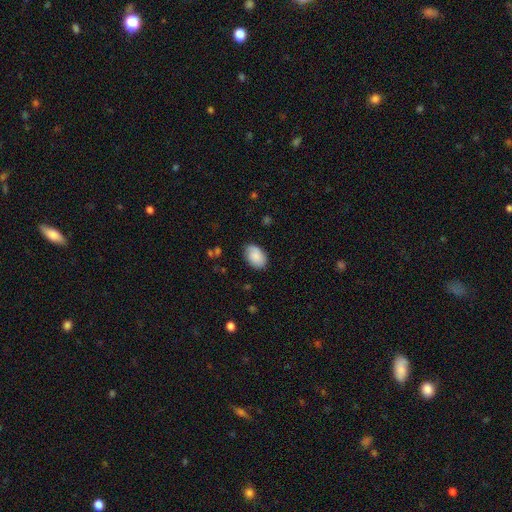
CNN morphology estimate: This appears to be a smooth galaxy with no disk features (85%) that is in between round and cigar-shaped (87%). Merging: none (81%).